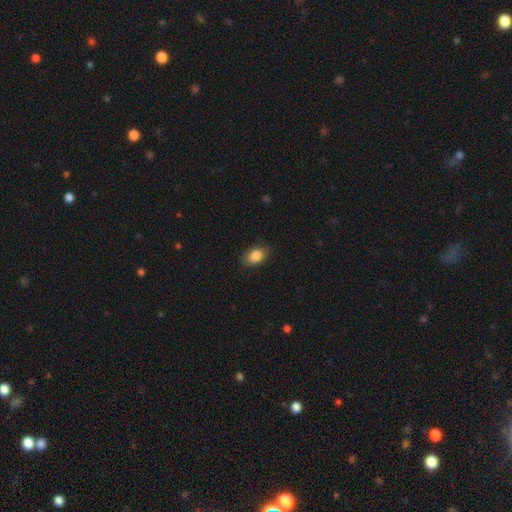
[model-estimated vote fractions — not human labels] Morphology: type=smooth (87%); roundness=in between (83%); merging=none (84%).